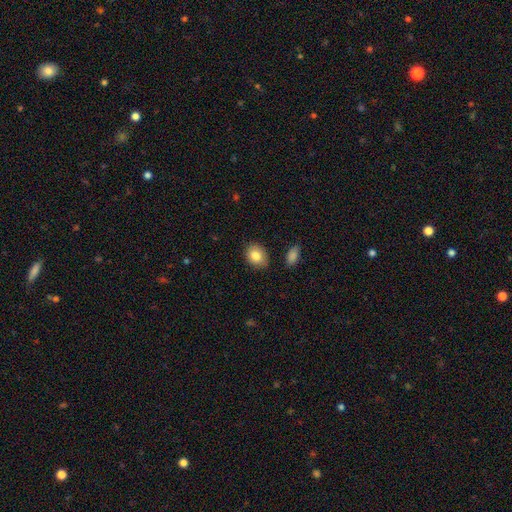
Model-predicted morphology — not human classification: Q: Smooth or featured?
A: smooth (84%); runner-up: featured or disk (9%)
Q: How rounded?
A: in between (57%); runner-up: round (42%)
Q: Merging?
A: none (84%); runner-up: minor disturbance (12%)